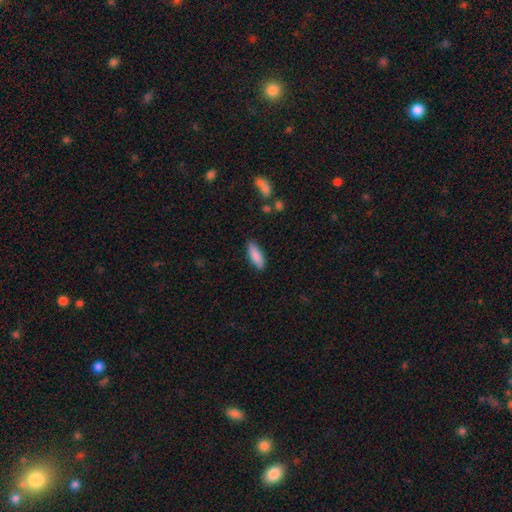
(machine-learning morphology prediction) smooth_or_featured: smooth (p=0.87) [alt: featured or disk p=0.06]
how_rounded: in between (p=0.59) [alt: cigar-shaped p=0.39]
merging: none (p=0.85) [alt: minor disturbance p=0.11]